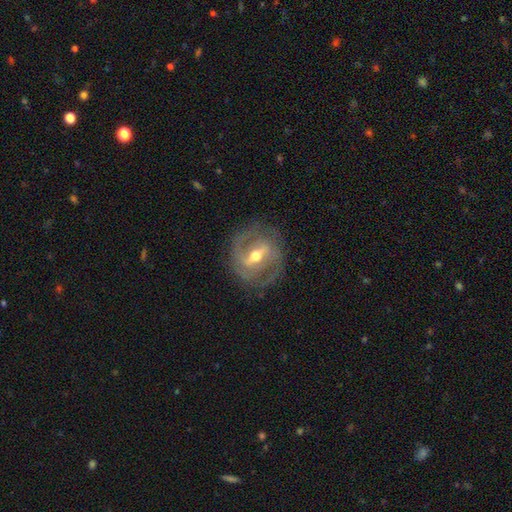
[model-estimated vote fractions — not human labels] A featured or disk galaxy (86%) with a strong bar (51%), 2 (70%) medium (45%) spiral arms (90%) and a moderate central bulge (68%). Merging: none (78%).